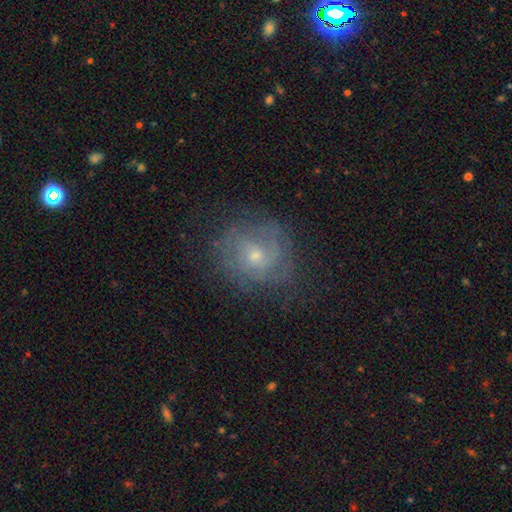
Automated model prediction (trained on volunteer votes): Morphology: type=featured or disk (61%); edge-on=no (97%); bar=no (71%); spiral arms=yes (76%); bulge=small (59%); merging=none (67%).